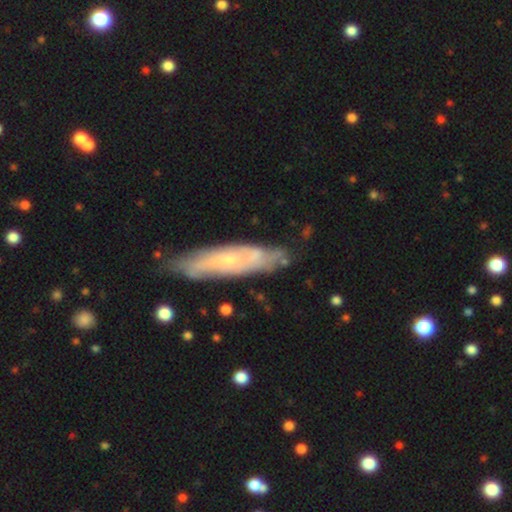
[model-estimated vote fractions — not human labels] This appears to be a featured or disk galaxy (54%). Merging: none (67%).